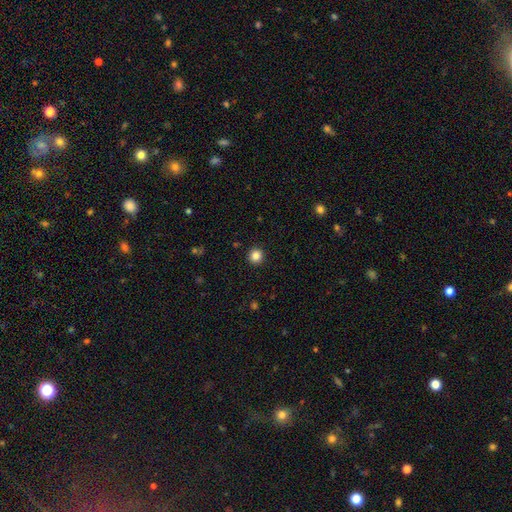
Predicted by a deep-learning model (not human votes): Morphology: type=smooth (84%); roundness=round (95%); merging=none (93%).